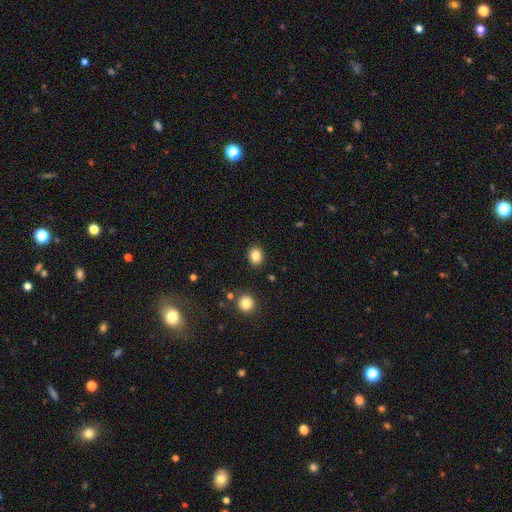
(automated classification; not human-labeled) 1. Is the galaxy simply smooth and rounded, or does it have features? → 84% smooth, 10% star or artifact, 6% featured or disk.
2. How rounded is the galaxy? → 63% round, 36% in between, 1% cigar-shaped.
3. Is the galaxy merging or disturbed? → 89% none, 7% minor disturbance, 2% major disturbance, 2% merger.